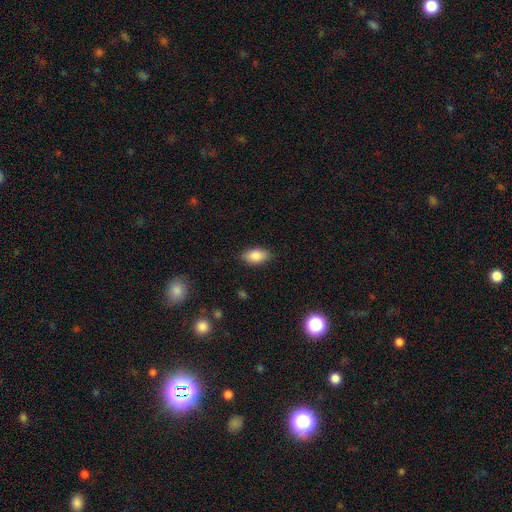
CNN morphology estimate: This appears to be a smooth galaxy with no disk features (85%) that is in between round and cigar-shaped (91%). Merging: none (85%).